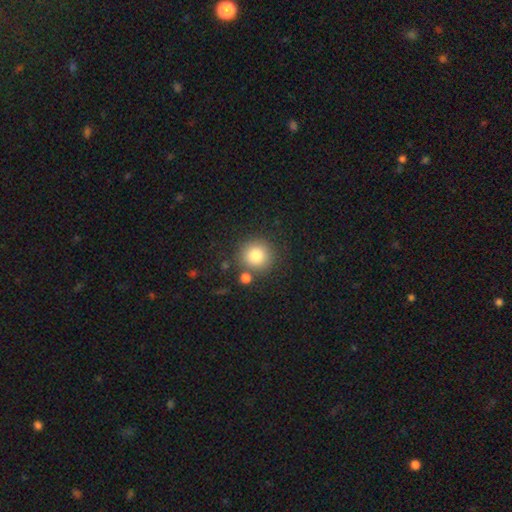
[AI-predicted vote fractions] smooth_or_featured: smooth (p=0.81) [alt: star or artifact p=0.11]
how_rounded: round (p=0.92) [alt: in between p=0.07]
merging: none (p=0.80) [alt: merger p=0.09]